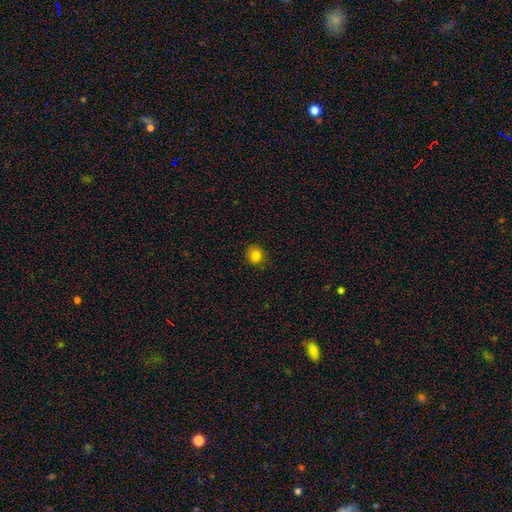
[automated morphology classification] Smooth or featured: smooth — 82% (star or artifact — 12%)
How rounded: round — 77% (in between — 22%)
Merging: none — 84% (minor disturbance — 13%)